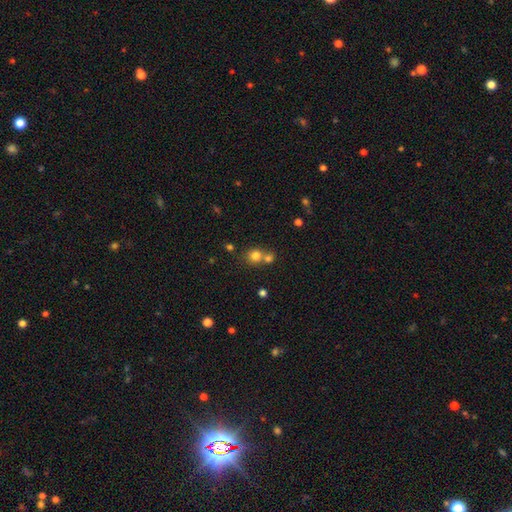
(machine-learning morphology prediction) Smooth or featured? Predicted: smooth (p=0.77). How rounded? Predicted: round (p=0.84). Merging? Predicted: none (p=0.47).